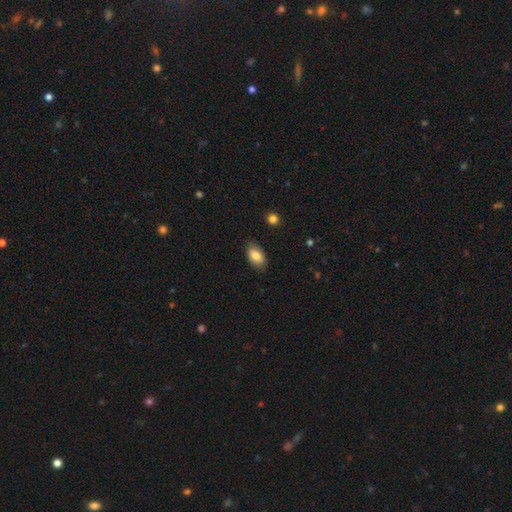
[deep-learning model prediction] smooth_or_featured: smooth (p=0.84) [alt: featured or disk p=0.09]
how_rounded: in between (p=0.93) [alt: round p=0.06]
merging: none (p=0.86) [alt: minor disturbance p=0.11]